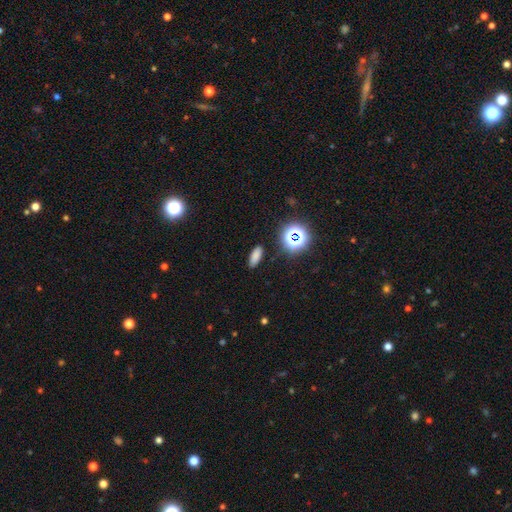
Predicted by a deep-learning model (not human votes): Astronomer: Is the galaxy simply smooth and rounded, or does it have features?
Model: smooth — 76%.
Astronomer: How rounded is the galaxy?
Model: in between — 69%.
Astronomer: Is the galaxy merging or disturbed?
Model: none — 89%.